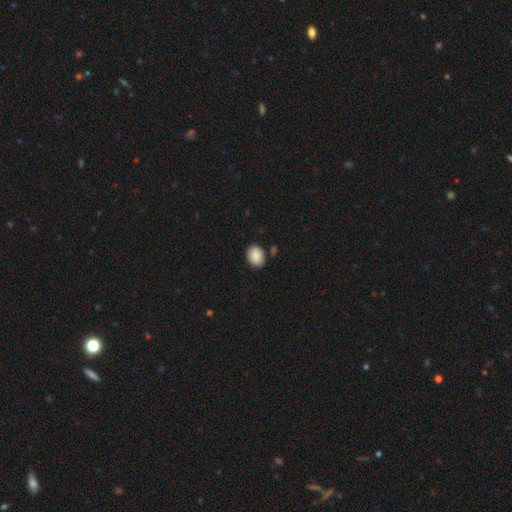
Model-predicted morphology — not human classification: A smooth galaxy with no disk features (86%) that is in between round and cigar-shaped (59%).

Vote fractions:
- Smooth or featured? smooth: 86% / star or artifact: 7% / featured or disk: 7%
- How rounded? in between: 59% / round: 40% / cigar-shaped: 1%
- Merging? none: 84% / minor disturbance: 10% / merger: 3% / major disturbance: 2%